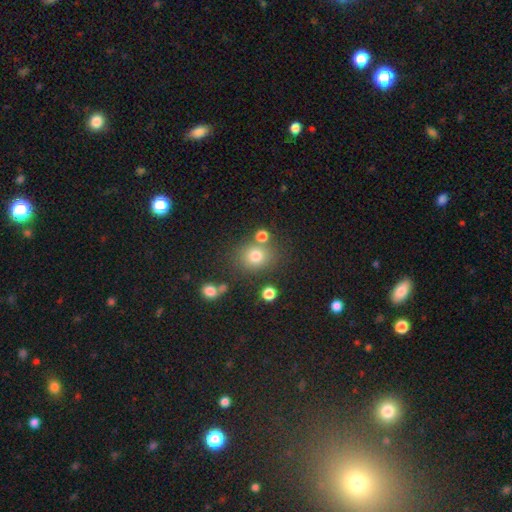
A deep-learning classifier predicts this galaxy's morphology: type=smooth (76%); roundness=round (76%); merging=none (72%).